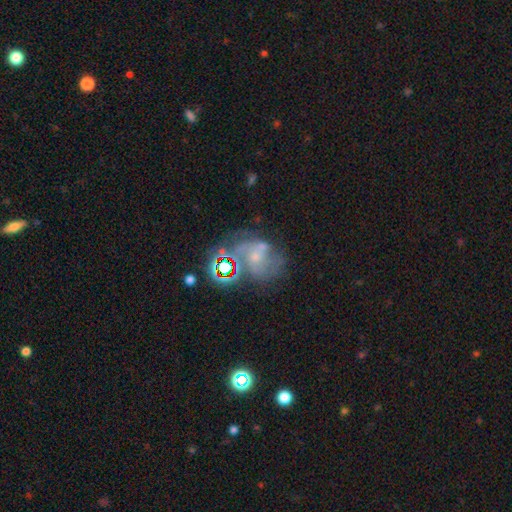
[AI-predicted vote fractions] Smooth or featured? featured or disk (56%)
Edge-on disk? no (97%)
Bar? no (69%)
Spiral arms? yes (71%)
Bulge size? small (57%)
Merging? none (38%)